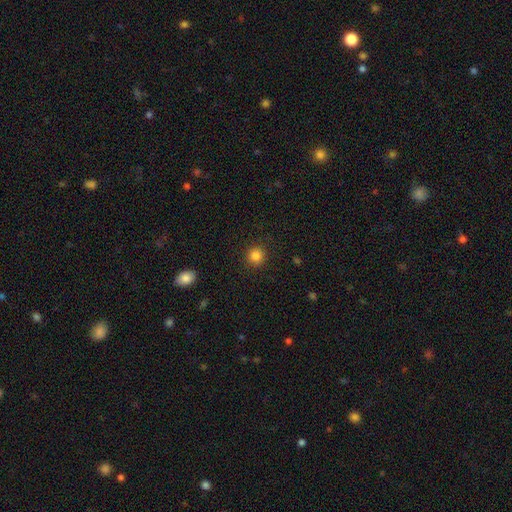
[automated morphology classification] The model was most divided on "smooth or featured": smooth: 85%, star or artifact: 12%, featured or disk: 4%. More confident: how rounded — round (92%); merging — none (91%).